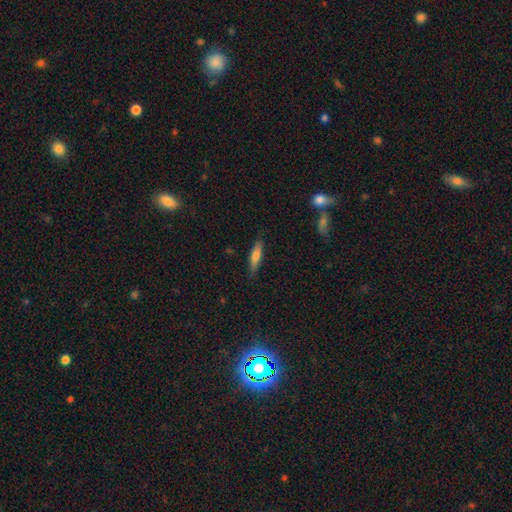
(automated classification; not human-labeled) smooth_or_featured: smooth (p=0.66) [alt: featured or disk p=0.27]
how_rounded: cigar-shaped (p=0.75) [alt: in between p=0.23]
merging: none (p=0.85) [alt: minor disturbance p=0.11]